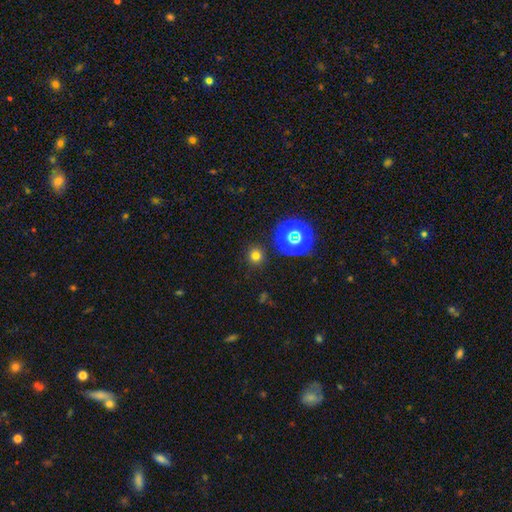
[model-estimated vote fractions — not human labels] This appears to be a smooth galaxy with no disk features (72%) that is round (91%). Merging: none (88%).